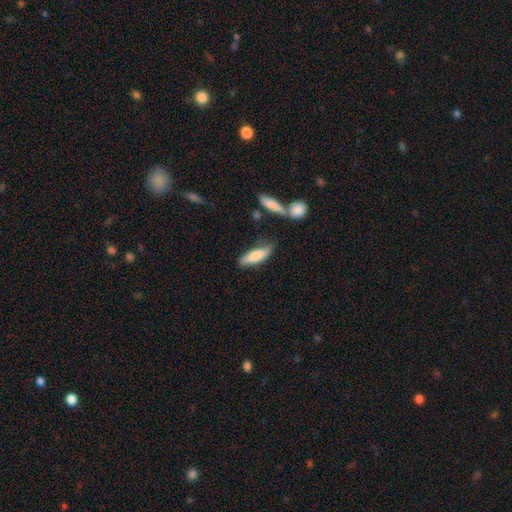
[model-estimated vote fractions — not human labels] smooth_or_featured: smooth (p=0.78) [alt: featured or disk p=0.16]
how_rounded: cigar-shaped (p=0.54) [alt: in between p=0.45]
merging: none (p=0.62) [alt: minor disturbance p=0.23]